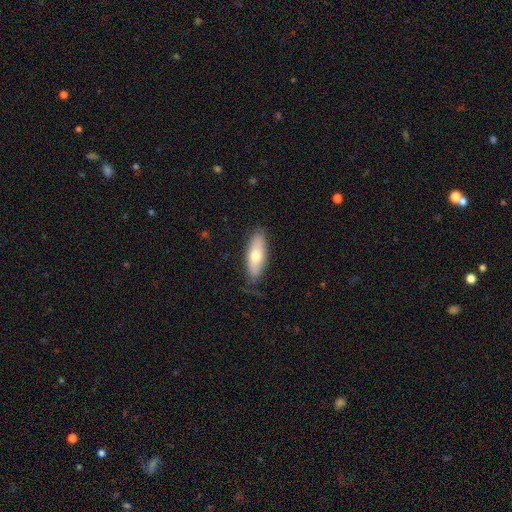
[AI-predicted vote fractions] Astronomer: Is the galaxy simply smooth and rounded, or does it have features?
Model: smooth — 66%.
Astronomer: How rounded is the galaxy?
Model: in between — 68%.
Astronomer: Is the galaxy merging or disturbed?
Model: none — 78%.